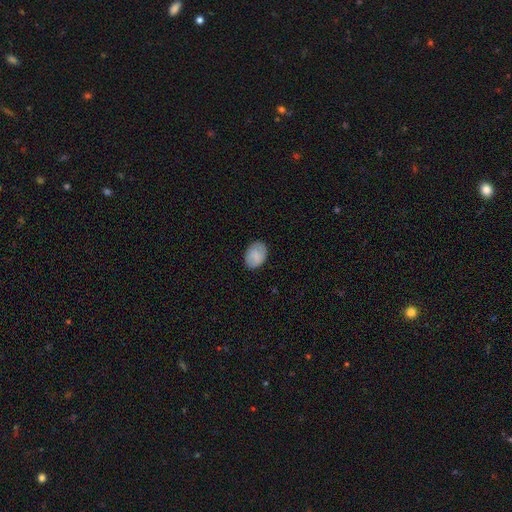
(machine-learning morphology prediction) Smooth or featured? smooth (75%)
How rounded? in between (80%)
Merging? none (84%)